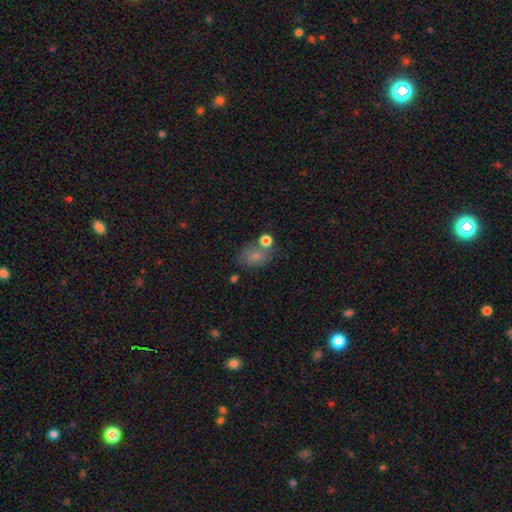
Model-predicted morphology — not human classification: type=smooth (74%); roundness=in between (63%); merging=none (53%).